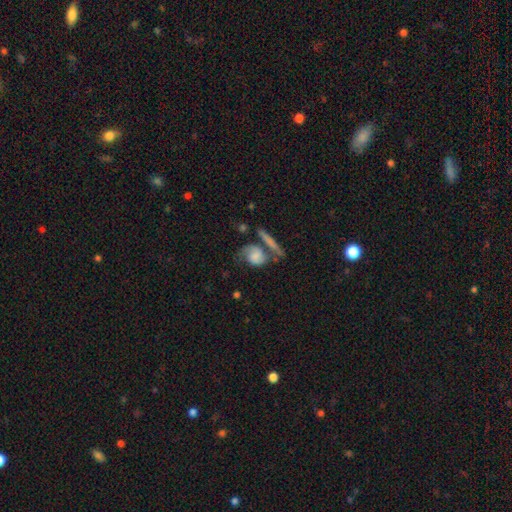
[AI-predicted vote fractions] smooth_or_featured: featured or disk (p=0.54) [alt: smooth p=0.39]
disk_edge_on: no (p=0.91) [alt: yes p=0.09]
merging: none (p=0.39) [alt: merger p=0.26]